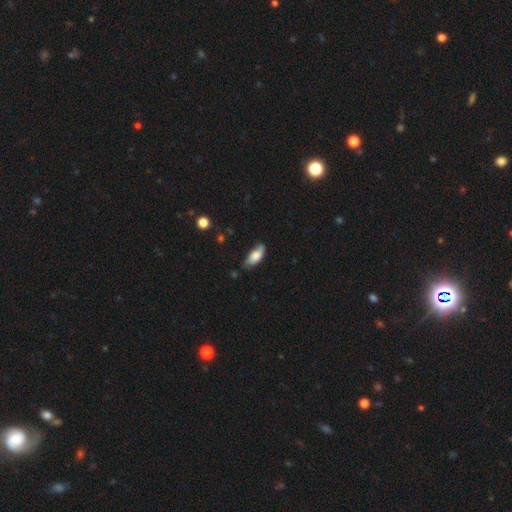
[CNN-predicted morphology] The model was most divided on "merging": none: 59%, minor disturbance: 32%, major disturbance: 6%, merger: 3%. More confident: how rounded — in between (82%); smooth or featured — smooth (71%).